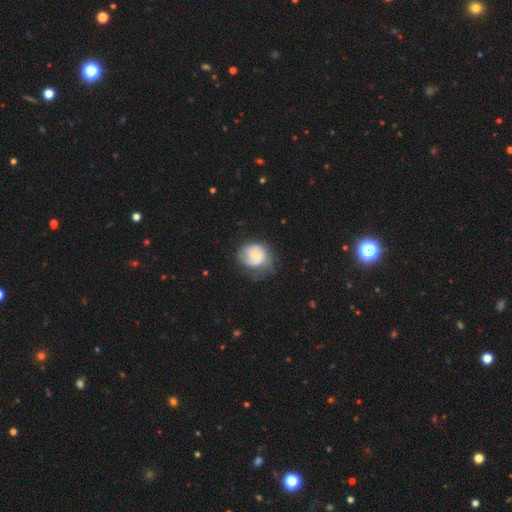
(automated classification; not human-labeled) Morphology: type=smooth (53%); roundness=round (69%); merging=none (45%).